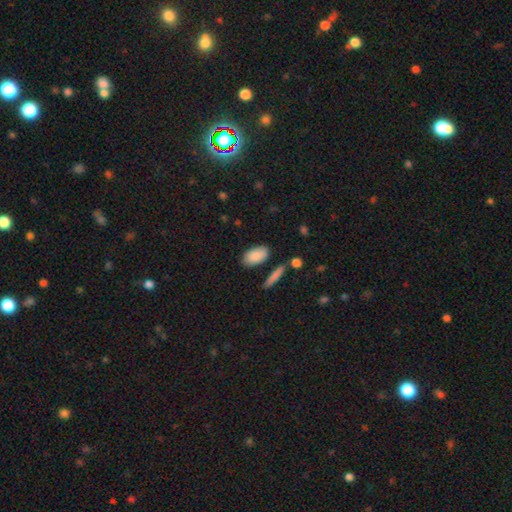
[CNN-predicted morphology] Overall: smooth (88%). How rounded: in between (91%). Merging: none (80%).